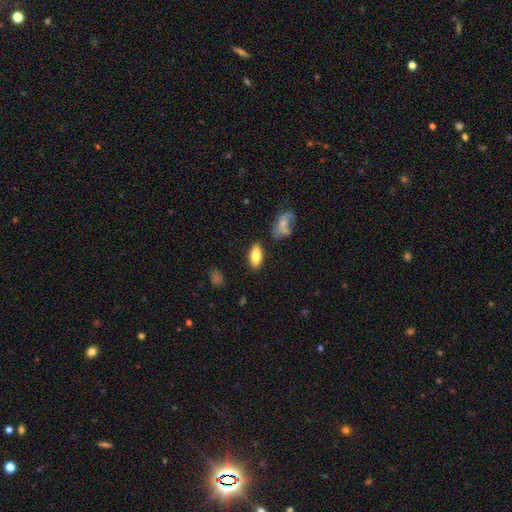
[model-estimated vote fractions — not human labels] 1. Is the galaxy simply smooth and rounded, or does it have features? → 78% smooth, 15% featured or disk, 7% star or artifact.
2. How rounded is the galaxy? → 83% in between, 14% cigar-shaped, 3% round.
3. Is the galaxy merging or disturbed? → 82% none, 12% minor disturbance, 4% merger, 3% major disturbance.